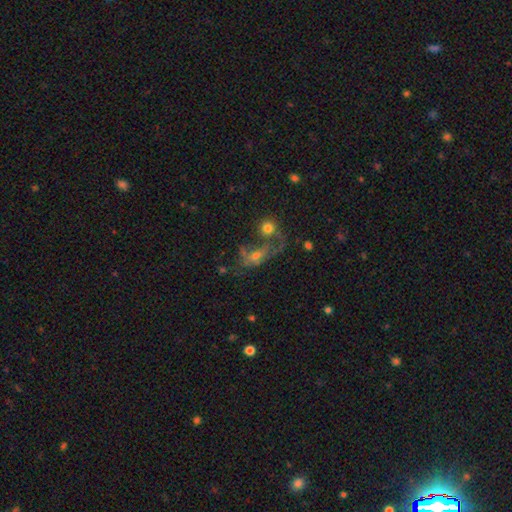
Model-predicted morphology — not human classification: The model was most divided on "smooth or featured": featured or disk: 47%, smooth: 37%, star or artifact: 16%. Remaining: merging — merger (39%).